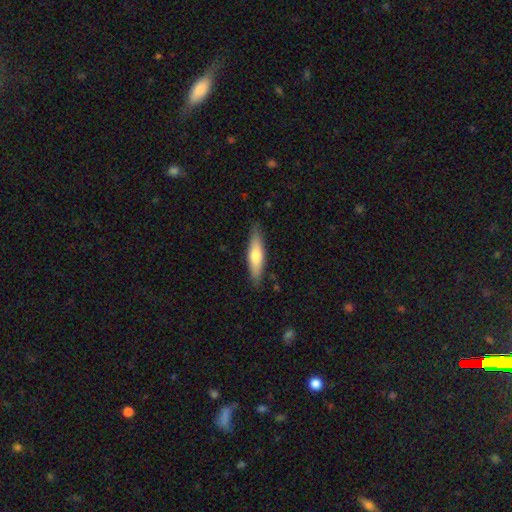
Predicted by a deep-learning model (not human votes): A smooth galaxy with no disk features (64%) that is cigar-shaped (71%). Merging: none (84%).